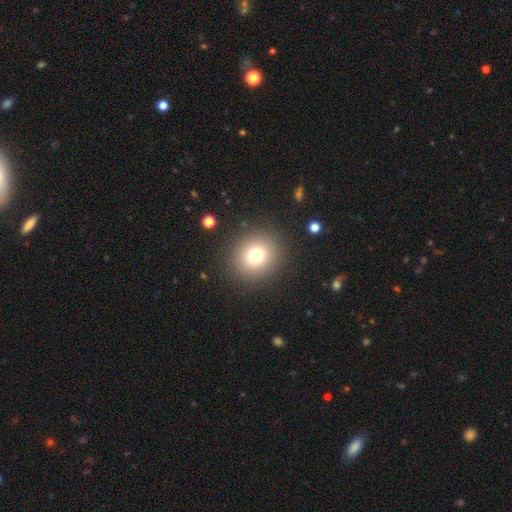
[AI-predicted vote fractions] Smooth or featured: smooth — 75% (star or artifact — 15%)
How rounded: round — 86% (in between — 13%)
Merging: none — 89% (minor disturbance — 6%)